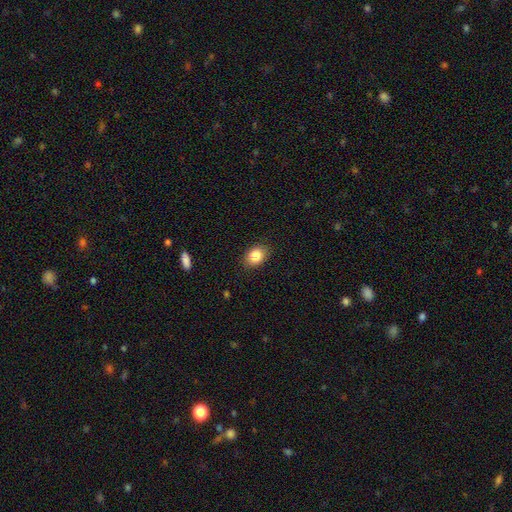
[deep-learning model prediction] A smooth galaxy with no disk features (85%) that is in between round and cigar-shaped (71%). Merging: none (85%).